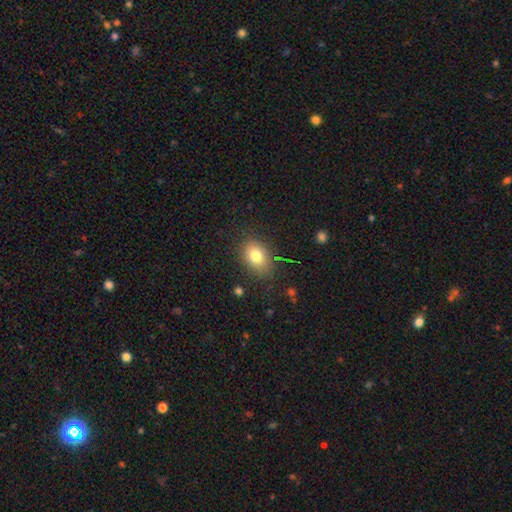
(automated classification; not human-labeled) Smooth or featured? smooth (77%)
How rounded? in between (67%)
Merging? none (82%)